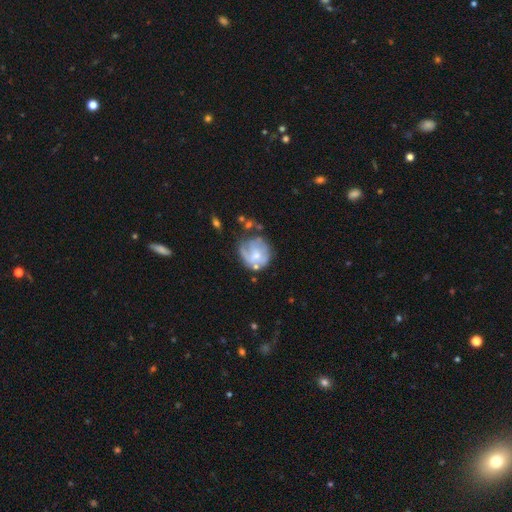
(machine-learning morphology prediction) smooth_or_featured: featured or disk (p=0.54) [alt: smooth p=0.38]
disk_edge_on: no (p=0.97) [alt: yes p=0.03]
bar: no (p=0.72) [alt: weak p=0.24]
has_spiral_arms: no (p=0.51) [alt: yes p=0.49]
bulge_size: small (p=0.49) [alt: moderate p=0.41]
merging: none (p=0.46) [alt: minor disturbance p=0.26]